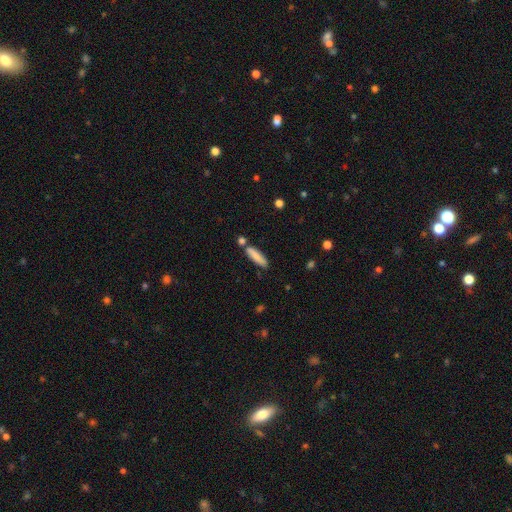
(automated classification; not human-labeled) Morphology: type=smooth (81%); roundness=cigar-shaped (70%); merging=none (73%).